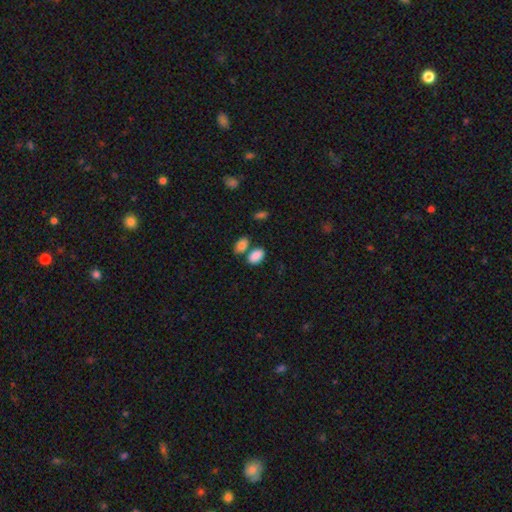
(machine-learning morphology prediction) smooth_or_featured: smooth (p=0.87) [alt: star or artifact p=0.08]
how_rounded: in between (p=0.90) [alt: round p=0.09]
merging: none (p=0.56) [alt: merger p=0.27]